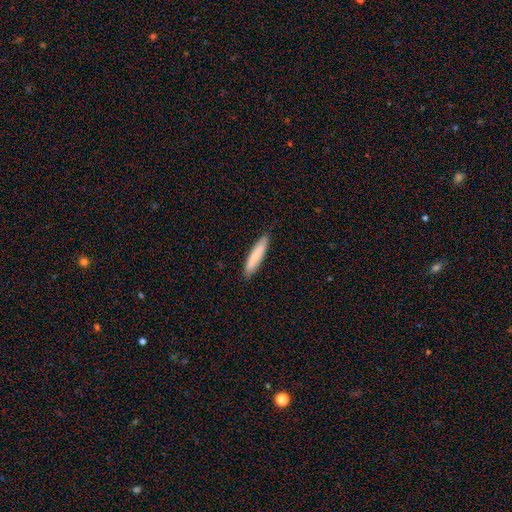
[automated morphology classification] Smooth or featured? Predicted: smooth (p=0.79). How rounded? Predicted: cigar-shaped (p=0.87). Merging? Predicted: none (p=0.88).